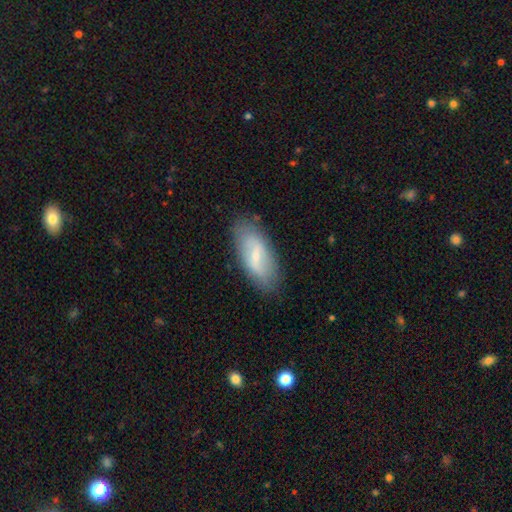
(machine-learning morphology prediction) Overall: featured or disk (47%; smooth 46%). Merging: none (81%).